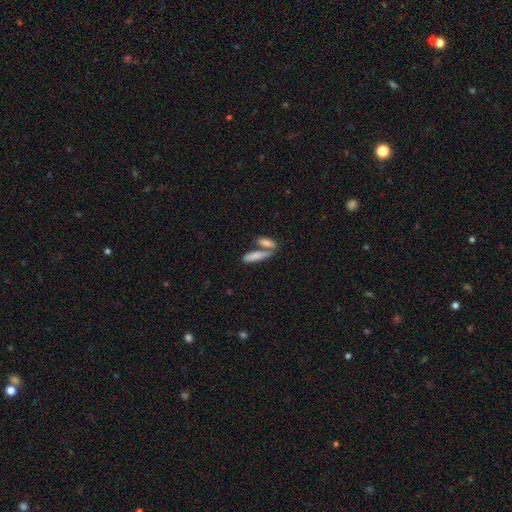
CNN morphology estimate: This appears to be a smooth galaxy with no disk features (79%) that is cigar-shaped (60%). Merging: merger (45%).